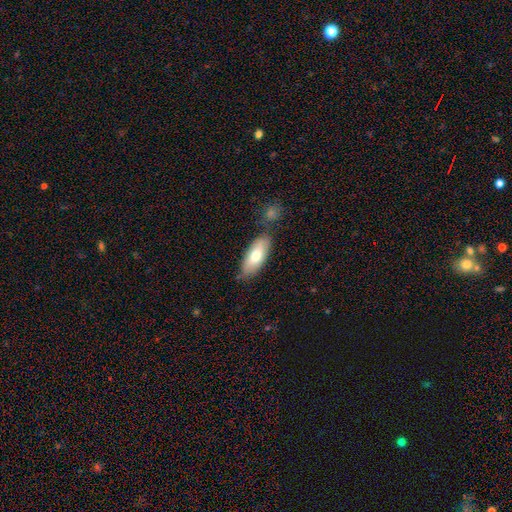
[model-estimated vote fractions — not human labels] Smooth or featured: smooth — 74% (featured or disk — 21%)
How rounded: in between — 80% (cigar-shaped — 18%)
Merging: none — 71% (minor disturbance — 17%)